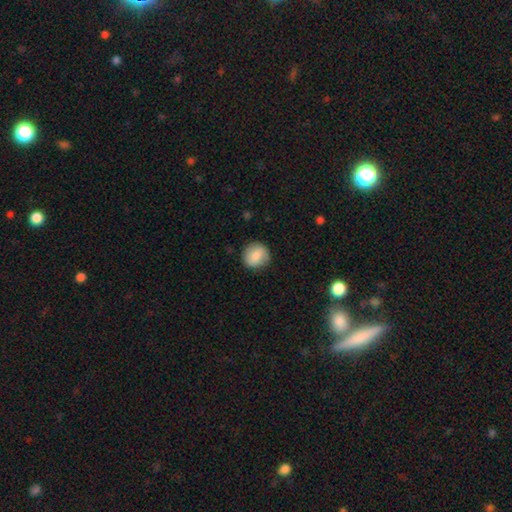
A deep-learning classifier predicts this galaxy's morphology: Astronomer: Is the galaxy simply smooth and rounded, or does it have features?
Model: smooth — 80%.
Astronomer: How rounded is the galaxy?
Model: round — 88%.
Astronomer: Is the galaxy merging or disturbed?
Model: none — 86%.